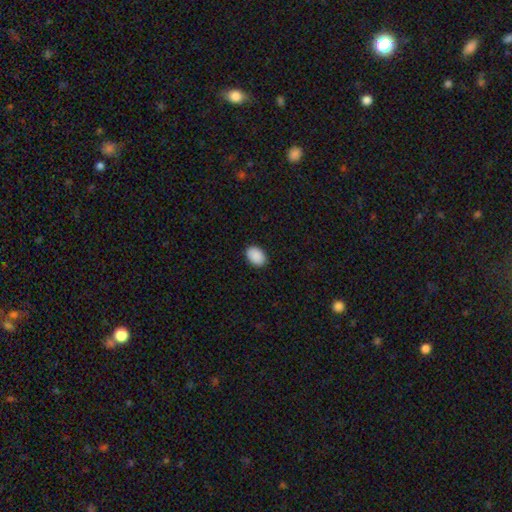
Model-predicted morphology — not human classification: type=smooth (91%); roundness=in between (81%); merging=none (90%).